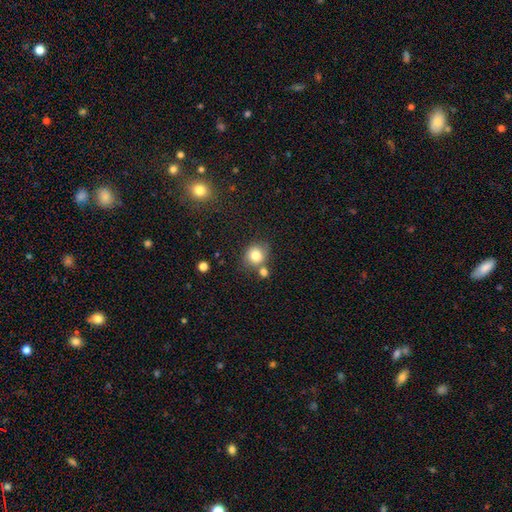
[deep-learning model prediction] Overall: smooth (80%). How rounded: round (79%). Merging: none (65%).